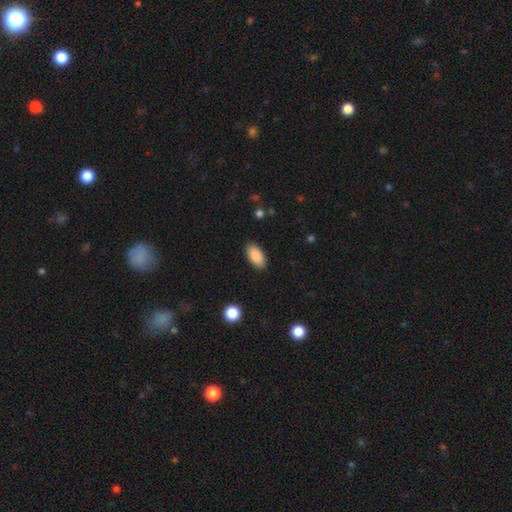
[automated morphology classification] The model was most divided on "merging": none: 88%, minor disturbance: 9%, major disturbance: 2%, merger: 1%. More confident: how rounded — in between (94%); smooth or featured — smooth (88%).